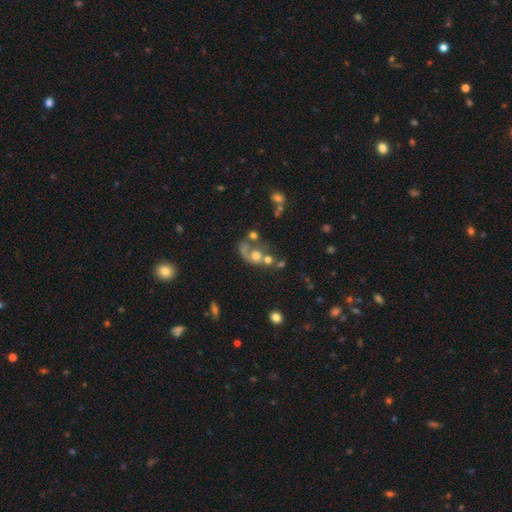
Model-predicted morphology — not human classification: A featured or disk galaxy (45%). Merging: merger (44%).